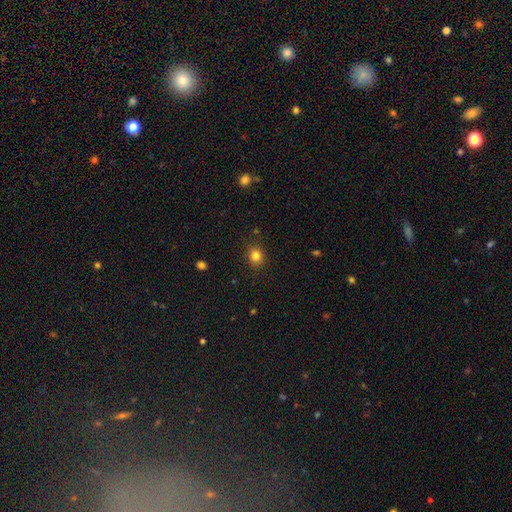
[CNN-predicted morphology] A smooth galaxy with no disk features (82%) that is round (68%). Merging: none (88%).